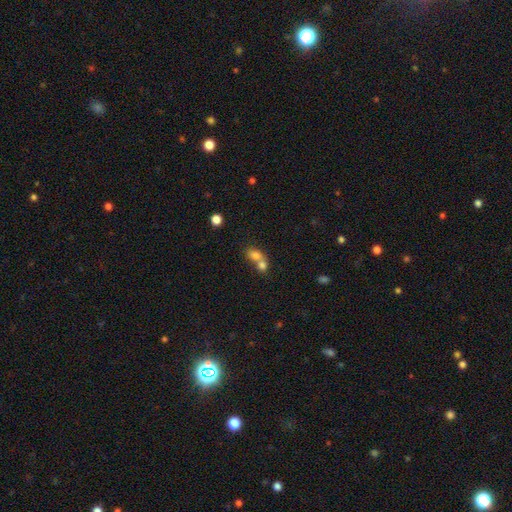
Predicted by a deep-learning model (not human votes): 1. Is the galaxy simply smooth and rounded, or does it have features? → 75% smooth, 14% featured or disk, 11% star or artifact.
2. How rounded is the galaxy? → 60% in between, 38% round, 2% cigar-shaped.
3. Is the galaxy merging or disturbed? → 68% merger, 22% none, 6% minor disturbance, 4% major disturbance.